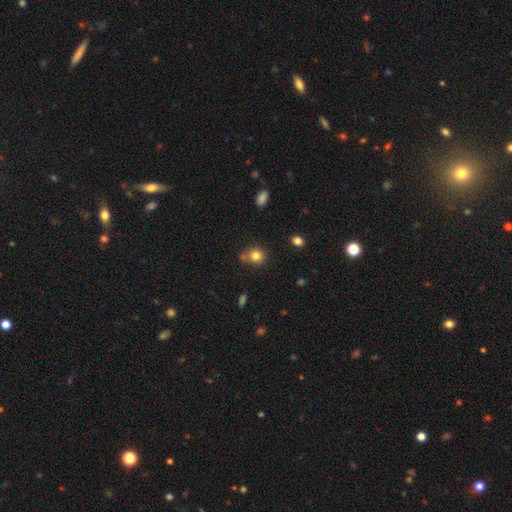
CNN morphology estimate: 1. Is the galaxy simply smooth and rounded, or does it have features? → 80% smooth, 12% star or artifact, 8% featured or disk.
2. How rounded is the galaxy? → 80% round, 19% in between, 1% cigar-shaped.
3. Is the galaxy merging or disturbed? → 65% none, 17% merger, 14% minor disturbance, 4% major disturbance.